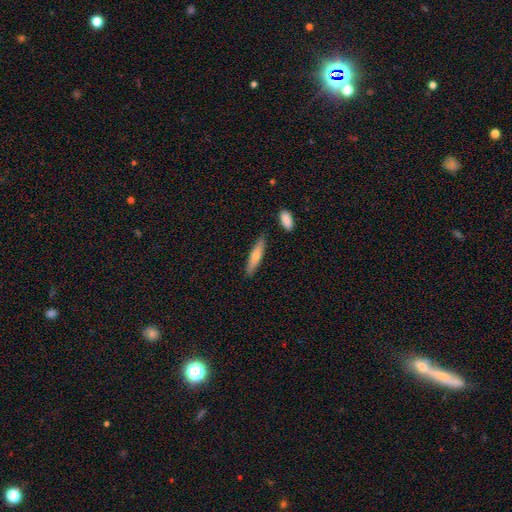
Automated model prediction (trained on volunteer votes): This appears to be a smooth galaxy with no disk features (67%) that is cigar-shaped (80%). Merging: none (83%).